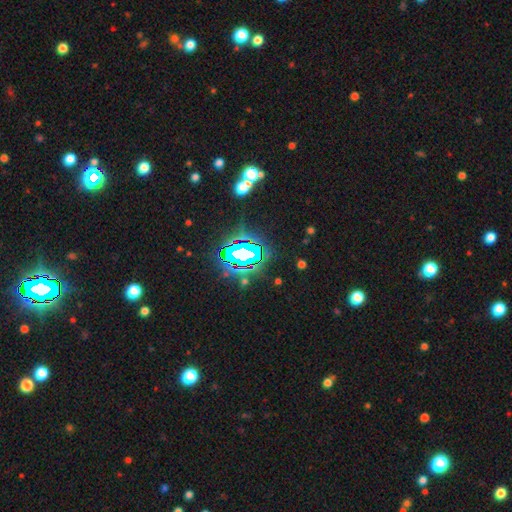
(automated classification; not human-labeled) Overall: star or artifact (81%).